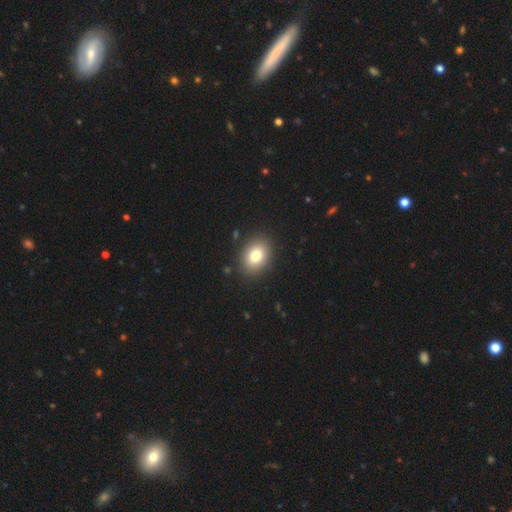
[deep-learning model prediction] Q: Smooth or featured?
A: smooth (80%); runner-up: featured or disk (10%)
Q: How rounded?
A: in between (63%); runner-up: round (37%)
Q: Merging?
A: none (88%); runner-up: minor disturbance (8%)